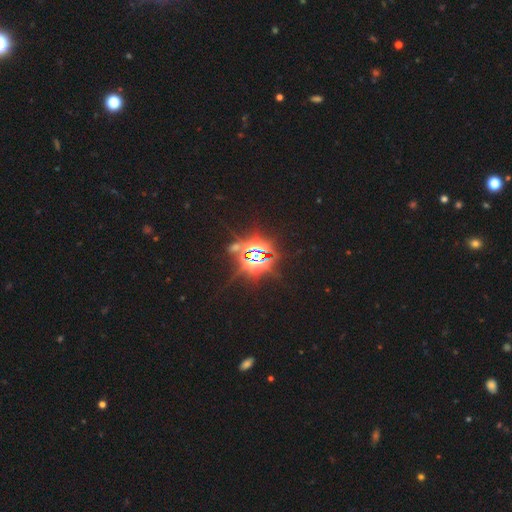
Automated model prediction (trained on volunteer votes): This is clearly a star or artifact rather than a galaxy (85%).